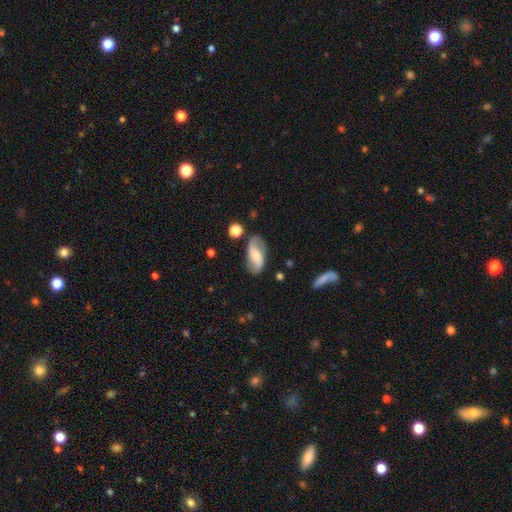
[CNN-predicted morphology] Q: Smooth or featured?
A: featured or disk (63%); runner-up: smooth (31%)
Q: Edge-on disk?
A: no (93%); runner-up: yes (7%)
Q: Bar?
A: weak (36%); runner-up: no (34%)
Q: Spiral arms?
A: yes (85%); runner-up: no (15%)
Q: Bulge size?
A: moderate (48%); runner-up: small (40%)
Q: Merging?
A: none (77%); runner-up: minor disturbance (15%)